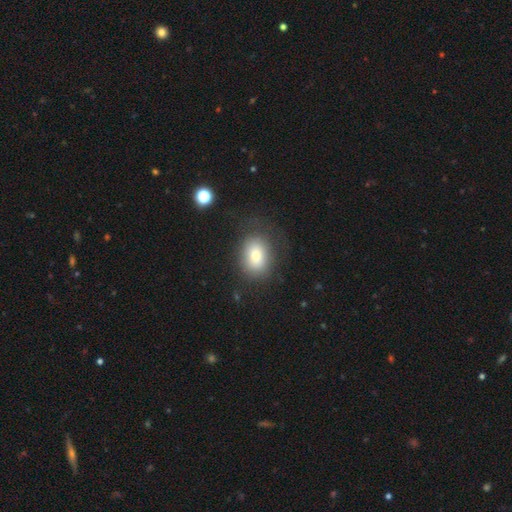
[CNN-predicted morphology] smooth-or-featured: smooth: 79% | featured or disk: 12% | star or artifact: 9%
  how-rounded: in between: 70% | round: 29% | cigar-shaped: 1%
  merging: none: 72% | minor disturbance: 17% | major disturbance: 10% | merger: 2%